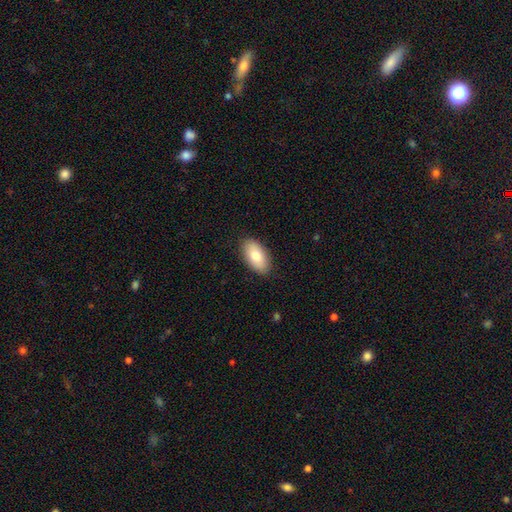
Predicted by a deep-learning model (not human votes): Overall: smooth (79%). How rounded: in between (94%). Merging: none (87%).